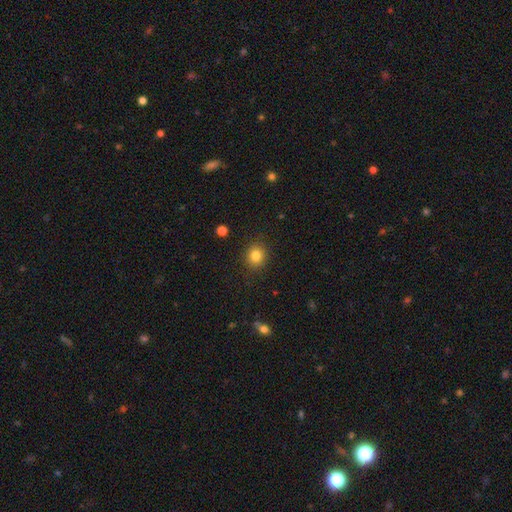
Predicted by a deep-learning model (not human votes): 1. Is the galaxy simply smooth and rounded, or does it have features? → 83% smooth, 11% star or artifact, 6% featured or disk.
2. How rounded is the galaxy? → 83% round, 16% in between, 1% cigar-shaped.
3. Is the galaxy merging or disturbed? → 90% none, 7% minor disturbance, 2% major disturbance, 1% merger.